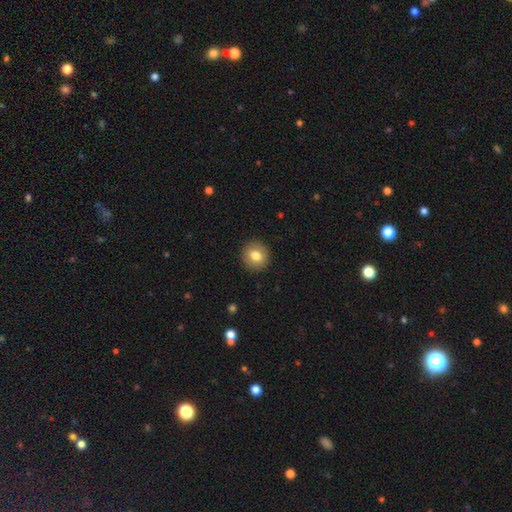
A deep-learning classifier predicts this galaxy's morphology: This is likely a smooth galaxy (79%). How rounded: clearly round (81%). Merging: clearly none (90%).